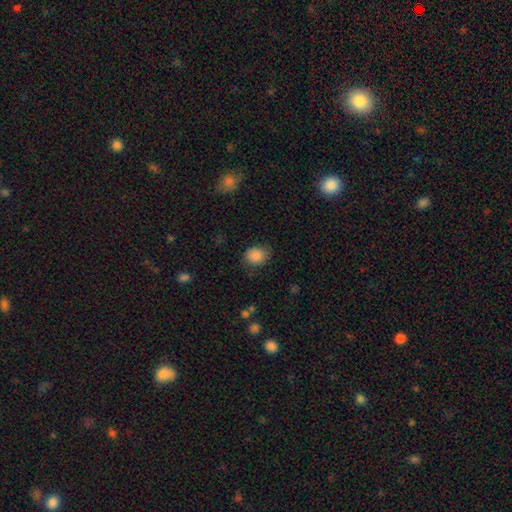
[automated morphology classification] Smooth or featured: smooth — 87% (star or artifact — 9%)
How rounded: round — 60% (in between — 39%)
Merging: none — 74% (minor disturbance — 20%)